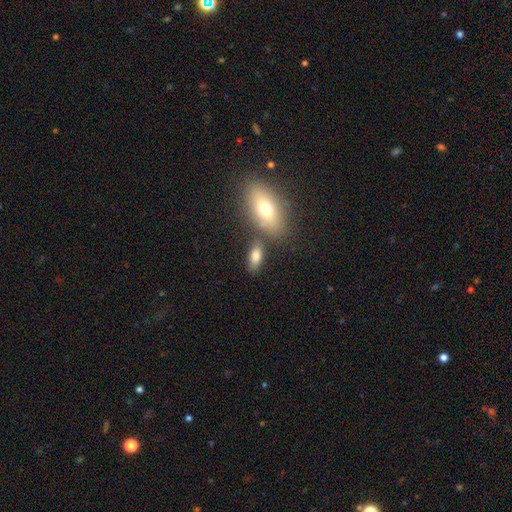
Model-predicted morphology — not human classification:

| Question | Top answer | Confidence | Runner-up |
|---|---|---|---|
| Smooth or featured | smooth | 78% | featured or disk (13%) |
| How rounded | in between | 85% | cigar-shaped (10%) |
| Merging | none | 69% | merger (14%) |